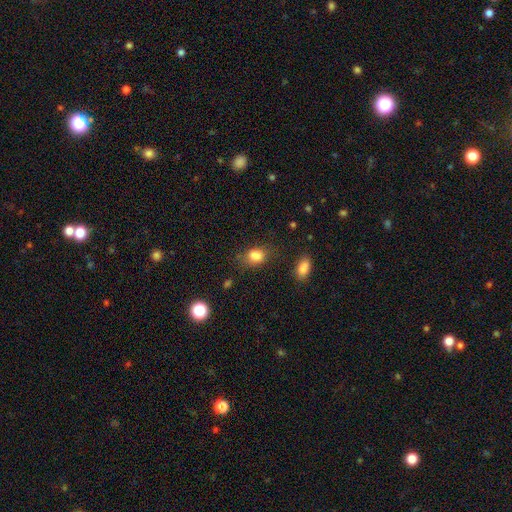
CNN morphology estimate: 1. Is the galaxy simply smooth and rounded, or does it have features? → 83% smooth, 11% star or artifact, 6% featured or disk.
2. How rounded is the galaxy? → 68% in between, 31% round, 2% cigar-shaped.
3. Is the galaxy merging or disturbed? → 65% none, 22% minor disturbance, 8% major disturbance, 5% merger.